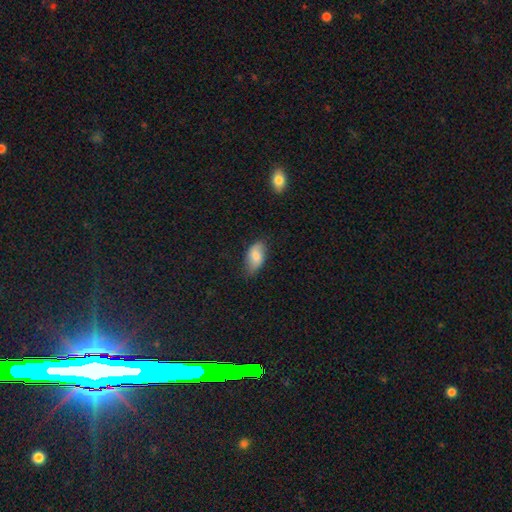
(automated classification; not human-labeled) smooth_or_featured: smooth (p=0.74) [alt: featured or disk p=0.19]
how_rounded: in between (p=0.93) [alt: round p=0.04]
merging: none (p=0.68) [alt: minor disturbance p=0.26]